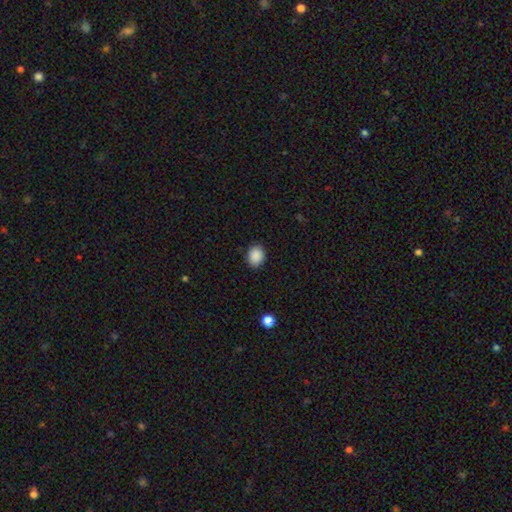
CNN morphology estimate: Smooth or featured? Predicted: smooth (p=0.89). How rounded? Predicted: round (p=0.57). Merging? Predicted: none (p=0.87).